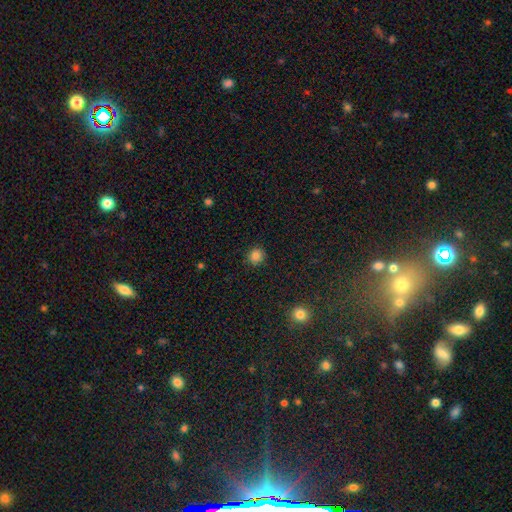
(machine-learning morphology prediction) Overall: smooth (83%). How rounded: round (89%). Merging: none (90%).